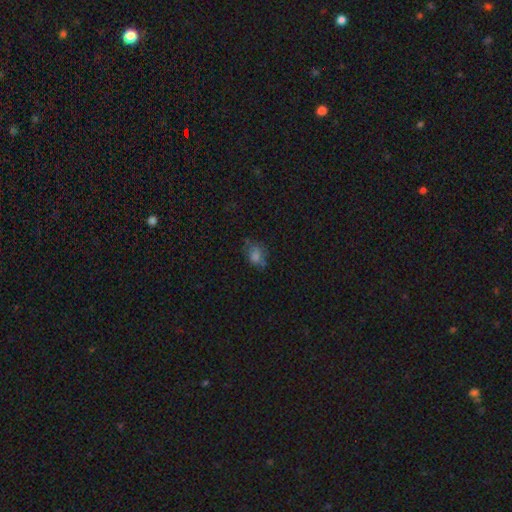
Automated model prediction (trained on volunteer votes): Smooth or featured?
  - smooth: 64% *
  - star or artifact: 20%
  - featured or disk: 17%
How rounded?
  - in between: 66% *
  - round: 32%
  - cigar-shaped: 2%
Merging?
  - none: 55% *
  - minor disturbance: 27%
  - major disturbance: 15%
  - merger: 4%